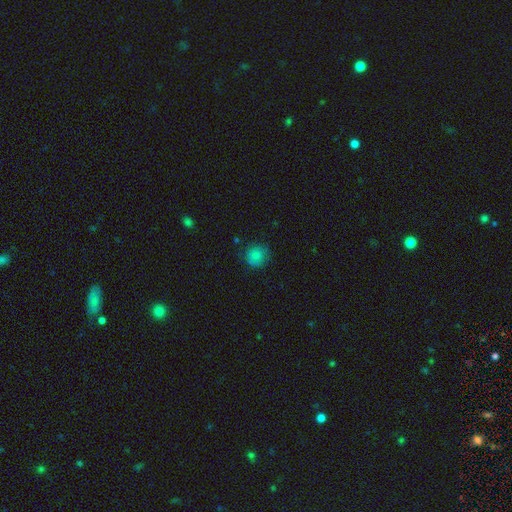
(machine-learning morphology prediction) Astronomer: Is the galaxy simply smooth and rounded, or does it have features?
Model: smooth — 82%.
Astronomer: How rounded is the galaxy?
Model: round — 88%.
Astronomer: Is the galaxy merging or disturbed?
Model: none — 76%.